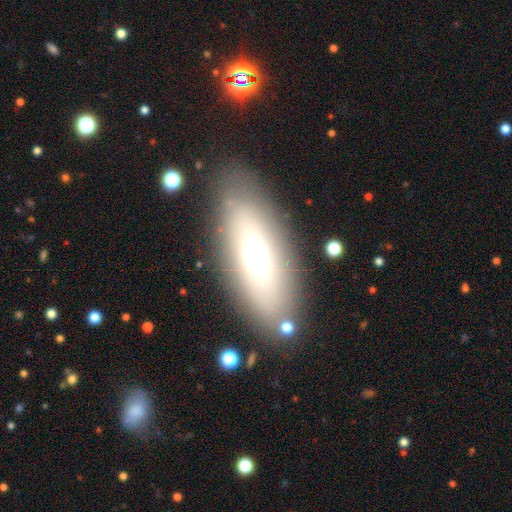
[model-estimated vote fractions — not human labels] smooth 57%, featured or disk 31%, star or artifact 12%. Down the decision tree: how rounded — in between (75%); merging — none (81%).